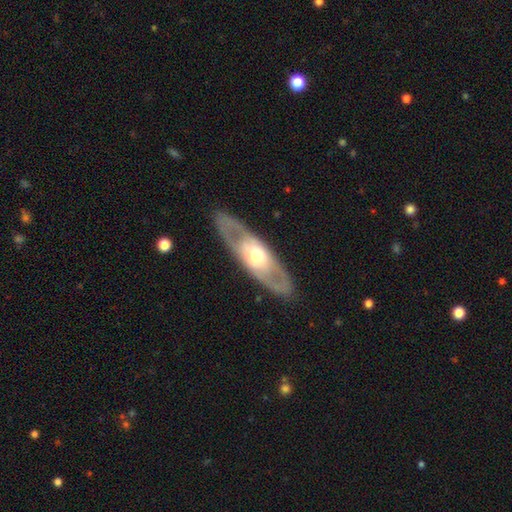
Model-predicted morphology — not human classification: smooth-or-featured: featured or disk: 67% | smooth: 29% | star or artifact: 5%
  disk-edge-on: no: 71% | yes: 29%
  merging: none: 85% | minor disturbance: 10% | major disturbance: 4% | merger: 1%